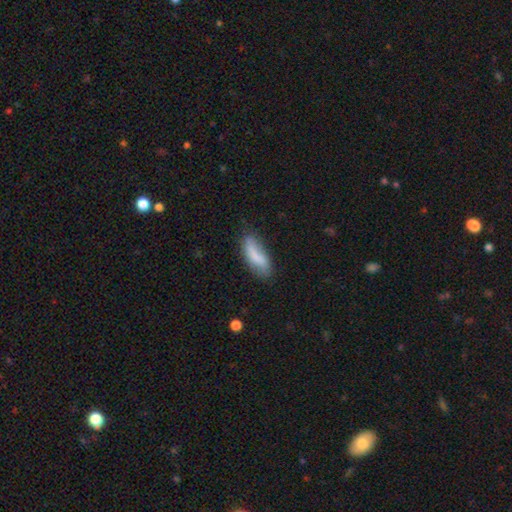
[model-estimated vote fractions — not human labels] The model was most divided on "merging": none: 56%, minor disturbance: 30%, major disturbance: 10%, merger: 4%. More confident: smooth or featured — smooth (74%); how rounded — in between (67%).